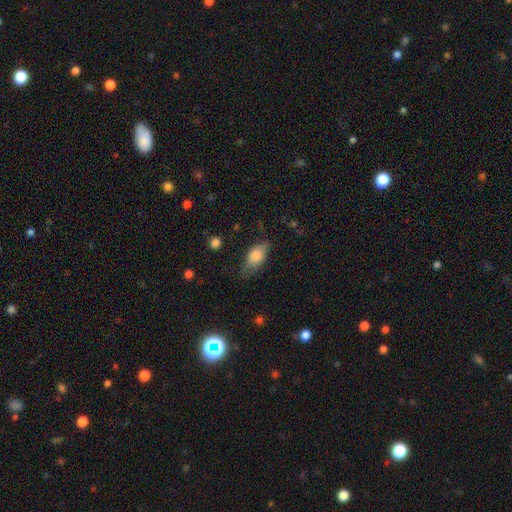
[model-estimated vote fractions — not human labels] smooth 74%, featured or disk 19%, star or artifact 7%. Down the decision tree: how rounded — in between (84%); merging — none (65%).